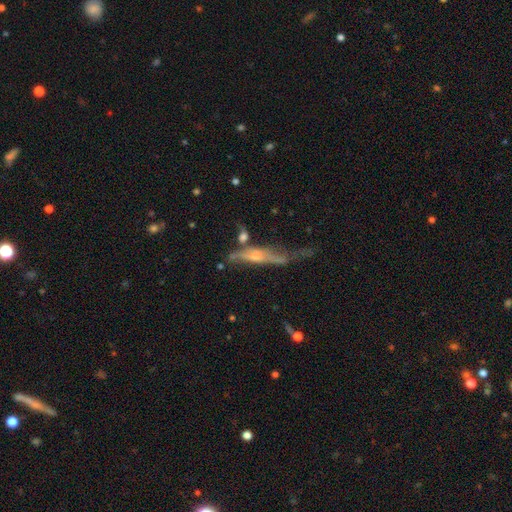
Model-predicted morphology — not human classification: Q: Smooth or featured?
A: featured or disk (59%); runner-up: smooth (30%)
Q: Edge-on disk?
A: yes (68%); runner-up: no (32%)
Q: Merging?
A: major disturbance (30%); tied with: none (30%)